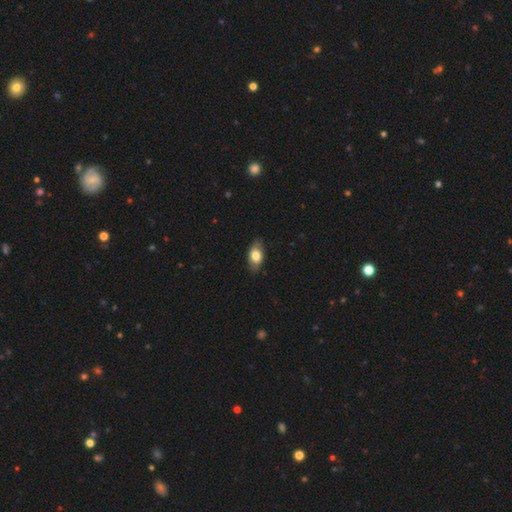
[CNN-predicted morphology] smooth-or-featured: smooth: 76% | featured or disk: 18% | star or artifact: 6%
  how-rounded: in between: 90% | round: 6% | cigar-shaped: 4%
  merging: none: 83% | minor disturbance: 13% | major disturbance: 2% | merger: 1%